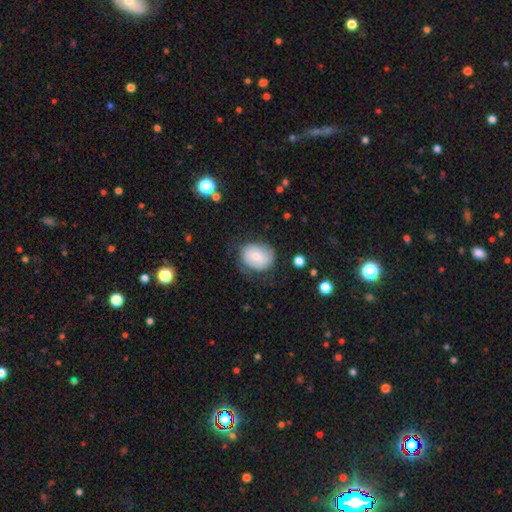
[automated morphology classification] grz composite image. It shows a smooth galaxy with no disk features (69%) that is in between round and cigar-shaped (50%). Merging: none (61%).